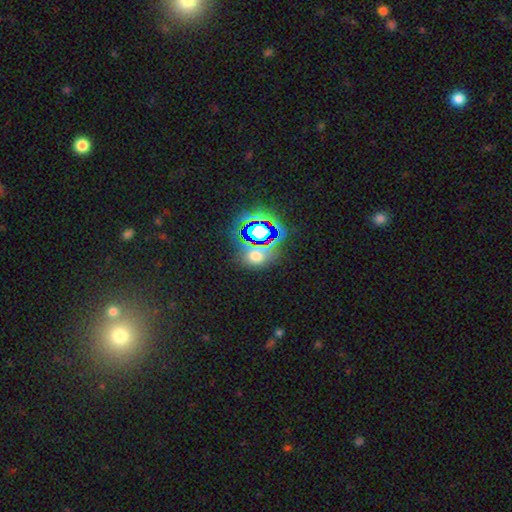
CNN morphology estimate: star or artifact 49%, smooth 41%, featured or disk 10%.